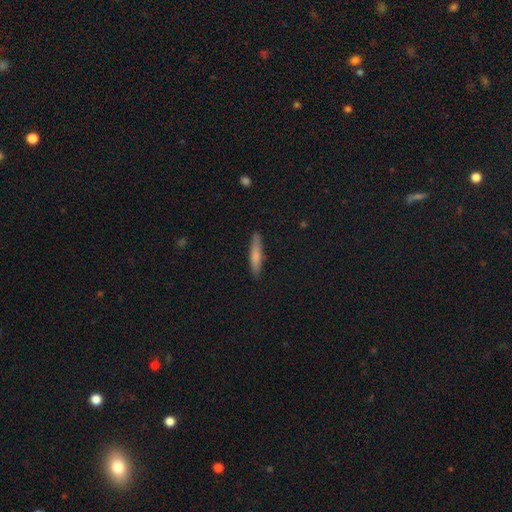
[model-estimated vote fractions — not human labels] Smooth or featured?
  - smooth: 72% *
  - featured or disk: 22%
  - star or artifact: 6%
How rounded?
  - cigar-shaped: 90% *
  - in between: 9%
  - round: 2%
Merging?
  - none: 88% *
  - minor disturbance: 9%
  - major disturbance: 2%
  - merger: 1%